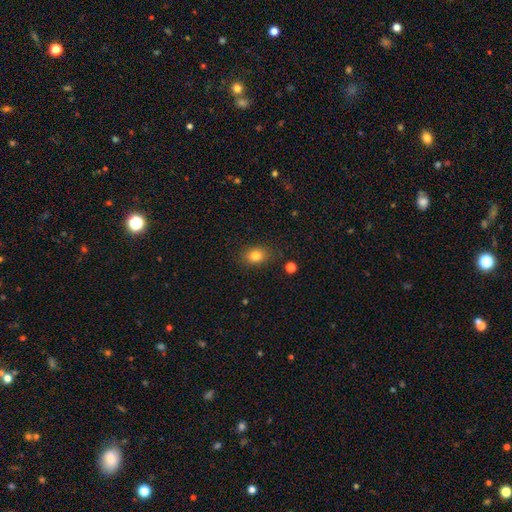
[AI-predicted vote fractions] Smooth or featured? smooth (81%)
How rounded? in between (65%)
Merging? none (84%)